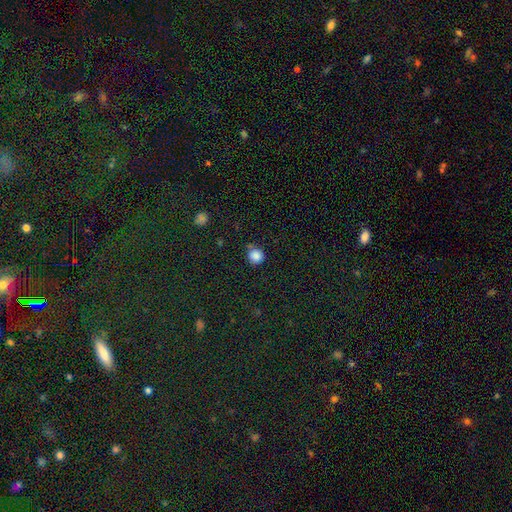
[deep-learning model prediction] Smooth or featured? smooth (85%)
How rounded? round (93%)
Merging? none (76%)